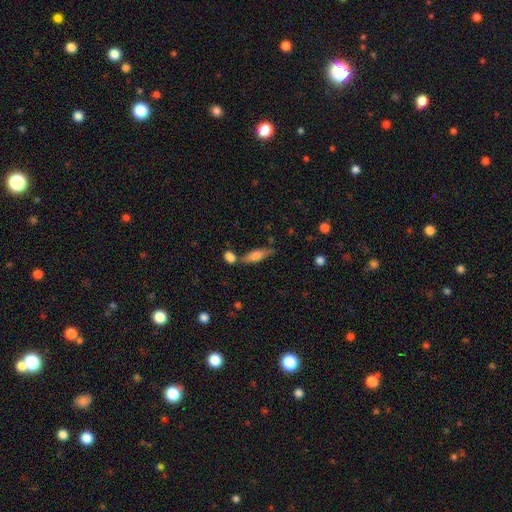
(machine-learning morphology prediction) smooth_or_featured: smooth (p=0.63) [alt: featured or disk p=0.29]
how_rounded: in between (p=0.52) [alt: cigar-shaped p=0.45]
merging: none (p=0.55) [alt: merger p=0.22]